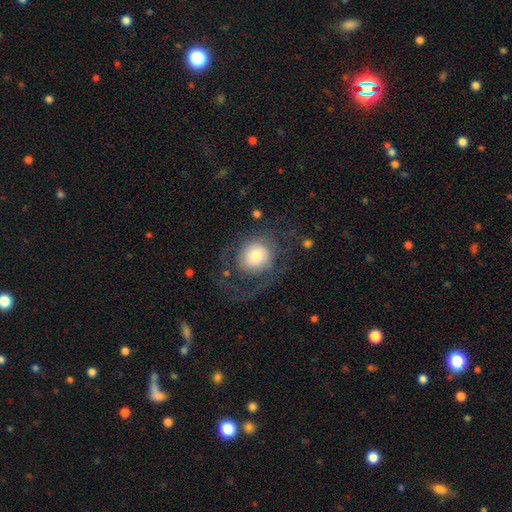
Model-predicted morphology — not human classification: The model was most divided on "smooth or featured": smooth: 49%, featured or disk: 43%, star or artifact: 8%. Remaining: merging — none (46%).